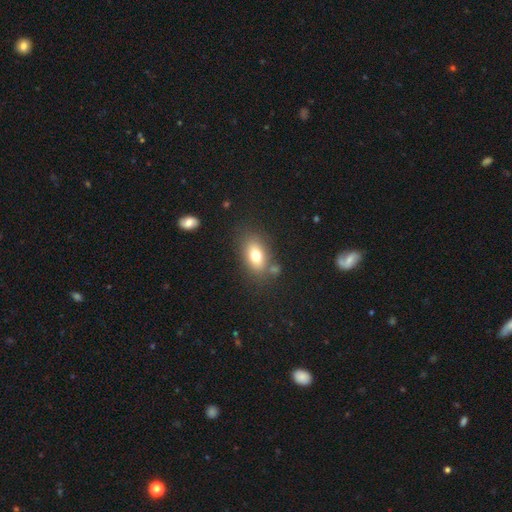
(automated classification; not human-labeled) smooth 74%, featured or disk 16%, star or artifact 10%. Down the decision tree: how rounded — in between (84%); merging — none (73%).